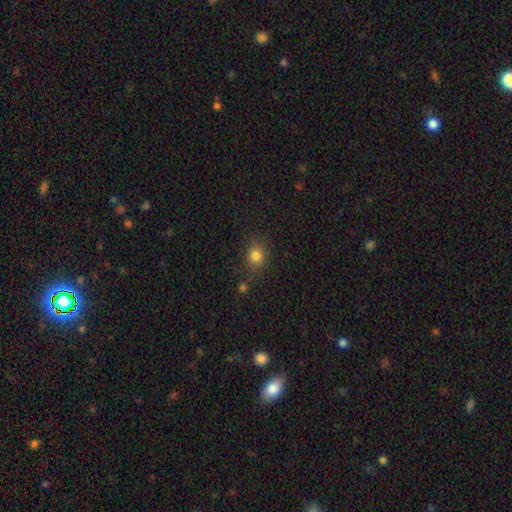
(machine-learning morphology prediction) Smooth or featured: smooth — 80% (star or artifact — 14%)
How rounded: round — 71% (in between — 28%)
Merging: none — 78% (minor disturbance — 13%)